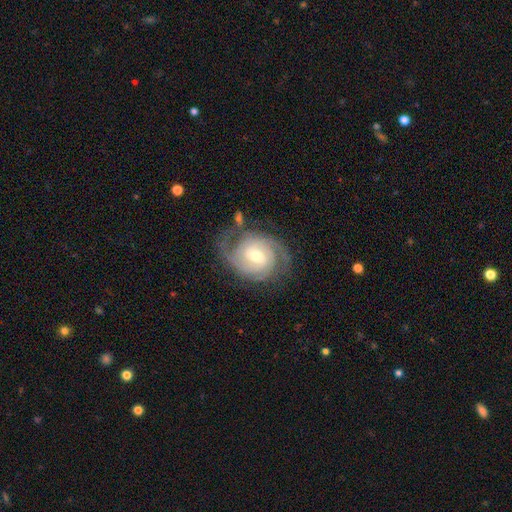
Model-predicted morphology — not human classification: featured or disk 89%, smooth 6%, star or artifact 5%. Down the decision tree: edge-on disk — no (97%); bar — weak (45%); spiral arms — yes (98%); spiral arm count — 2 (53%); spiral winding — tight (65%); bulge size — moderate (57%); merging — none (72%).